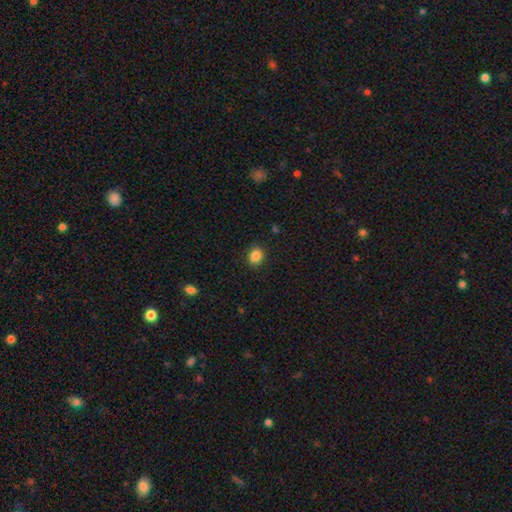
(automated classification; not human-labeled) This is clearly a smooth galaxy (85%). How rounded: likely round (61%). Merging: clearly none (89%).